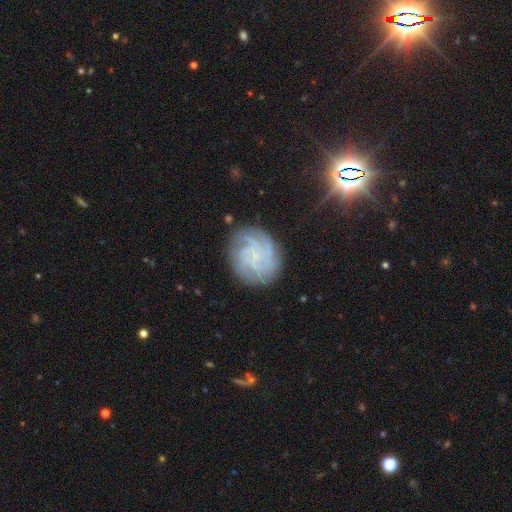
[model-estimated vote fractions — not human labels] Smooth or featured: featured or disk — 79% (smooth — 12%)
Edge-on disk: no — 98% (yes — 2%)
Bar: no — 70% (weak — 24%)
Spiral arms: yes — 97% (no — 3%)
Spiral winding: tight — 69% (medium — 25%)
Spiral arm count: 4 — 30% (can't tell — 22%)
Bulge size: small — 69% (none — 21%)
Merging: none — 79% (minor disturbance — 14%)